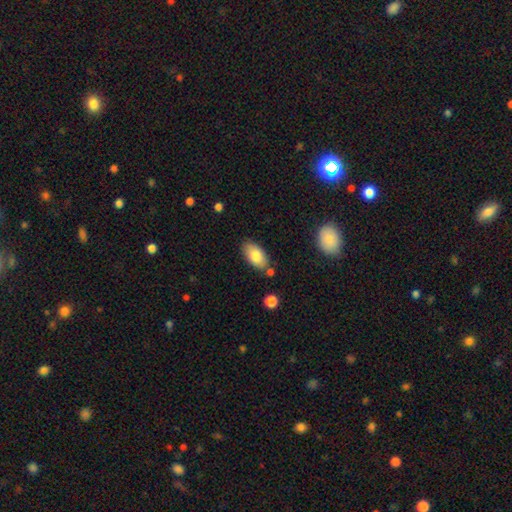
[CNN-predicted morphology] Smooth or featured?
  - smooth: 81% *
  - featured or disk: 13%
  - star or artifact: 7%
How rounded?
  - in between: 93% *
  - round: 4%
  - cigar-shaped: 3%
Merging?
  - none: 78% *
  - minor disturbance: 14%
  - merger: 6%
  - major disturbance: 3%